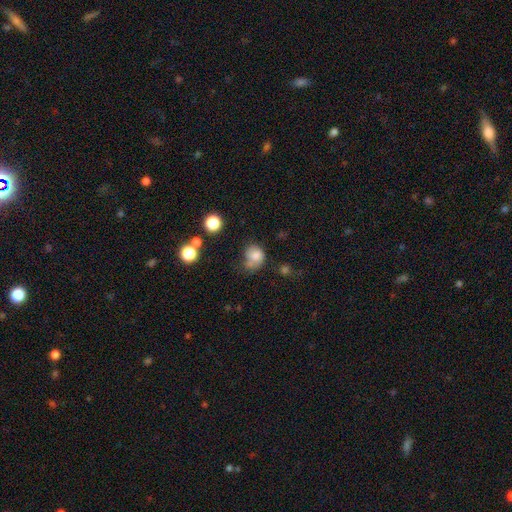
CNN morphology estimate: Smooth or featured: smooth — 74% (featured or disk — 14%)
How rounded: round — 59% (in between — 40%)
Merging: none — 38% (minor disturbance — 33%)